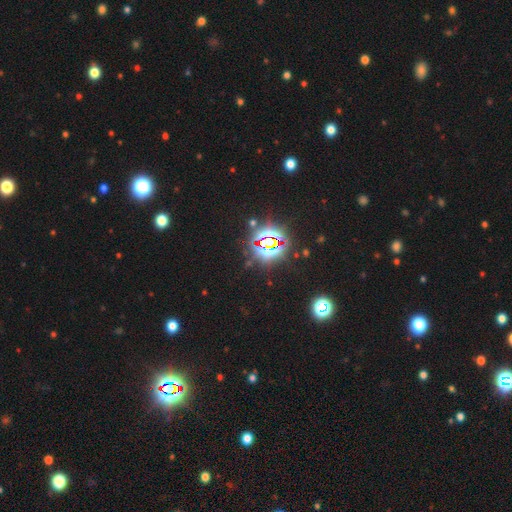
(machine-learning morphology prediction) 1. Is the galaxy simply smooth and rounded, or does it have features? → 83% star or artifact, 11% smooth, 6% featured or disk.